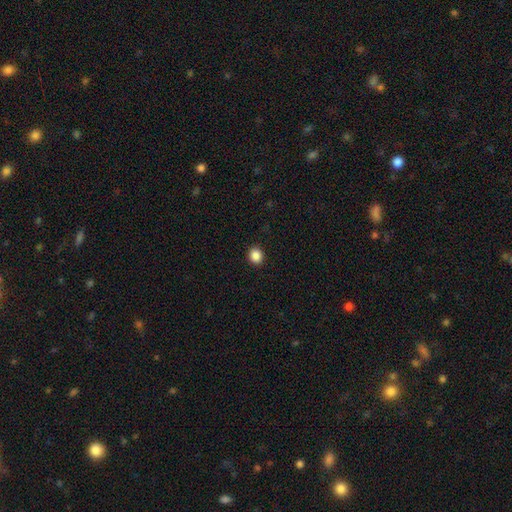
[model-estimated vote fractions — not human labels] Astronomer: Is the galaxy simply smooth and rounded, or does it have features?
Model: smooth — 87%.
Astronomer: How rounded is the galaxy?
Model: round — 76%.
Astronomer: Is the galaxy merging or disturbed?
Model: none — 92%.